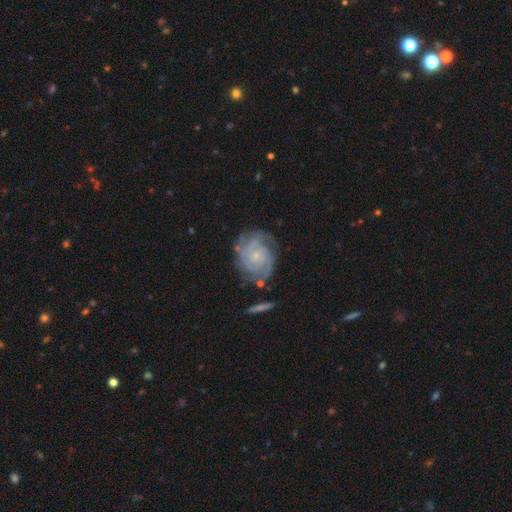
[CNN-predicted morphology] Smooth or featured? Predicted: featured or disk (p=0.85). Edge-on disk? Predicted: no (p=0.98). Bar? Predicted: no (p=0.73). Spiral arms? Predicted: yes (p=0.96). Spiral winding? Predicted: tight (p=0.70). Spiral arm count? Predicted: 2 (p=0.39). Bulge size? Predicted: small (p=0.76). Merging? Predicted: none (p=0.70).